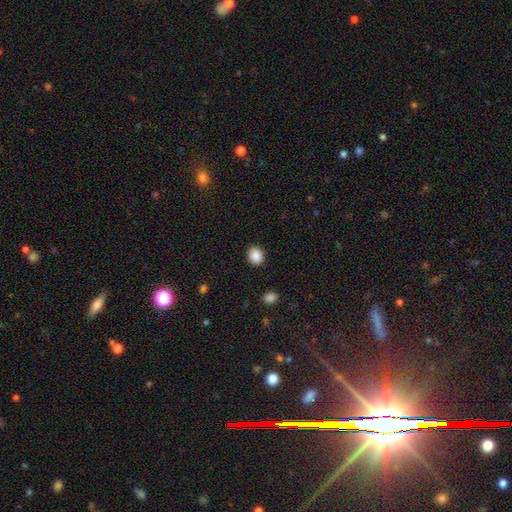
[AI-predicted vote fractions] Morphology: type=smooth (88%); roundness=round (64%); merging=none (89%).